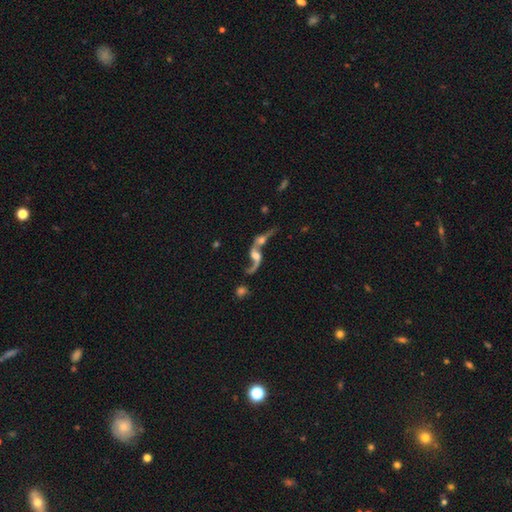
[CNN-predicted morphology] Smooth or featured? featured or disk (73%)
Edge-on disk? no (92%)
Bar? no (56%)
Spiral arms? yes (83%)
Spiral winding? loose (91%)
Spiral arm count? 2 (79%)
Bulge size? moderate (39%)
Merging? merger (66%)